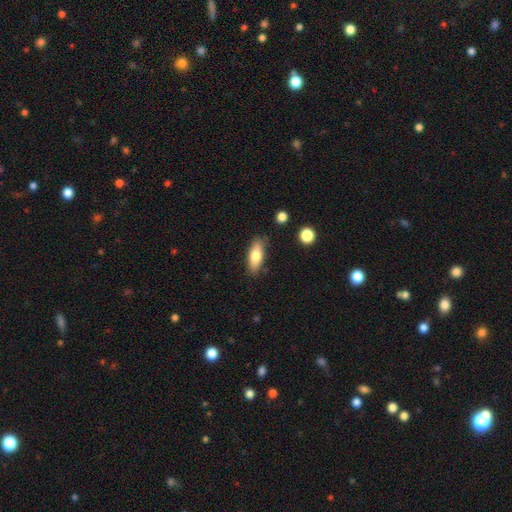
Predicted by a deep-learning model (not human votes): The model was most divided on "how rounded": in between: 71%, cigar-shaped: 27%, round: 3%. More confident: merging — none (81%); smooth or featured — smooth (76%).